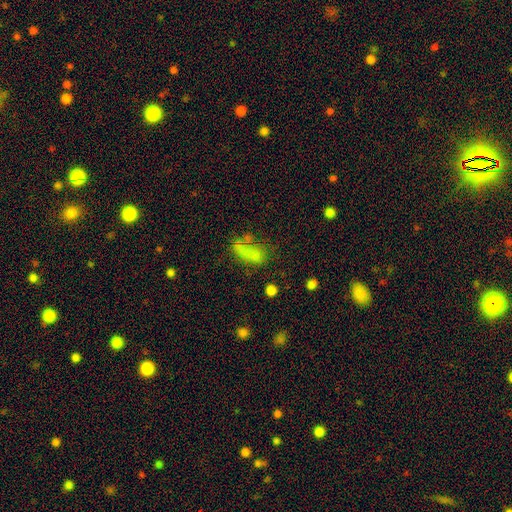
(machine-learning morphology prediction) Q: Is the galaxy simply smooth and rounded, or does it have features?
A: smooth — 64%.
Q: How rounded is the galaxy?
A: in between — 74%.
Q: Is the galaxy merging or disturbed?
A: none — 39%.